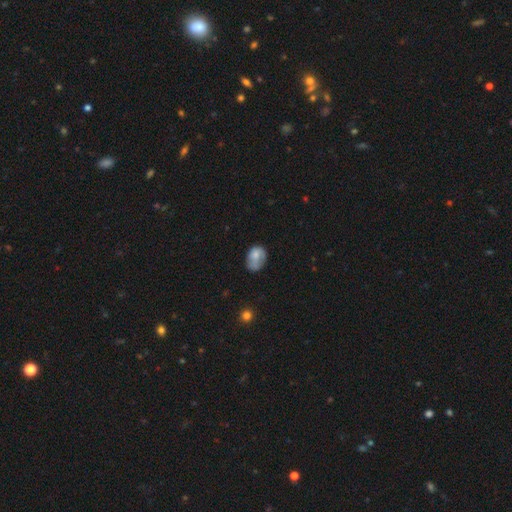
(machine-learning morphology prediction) Q: Smooth or featured?
A: smooth (73%); runner-up: featured or disk (19%)
Q: How rounded?
A: in between (72%); runner-up: round (27%)
Q: Merging?
A: none (43%); runner-up: minor disturbance (37%)